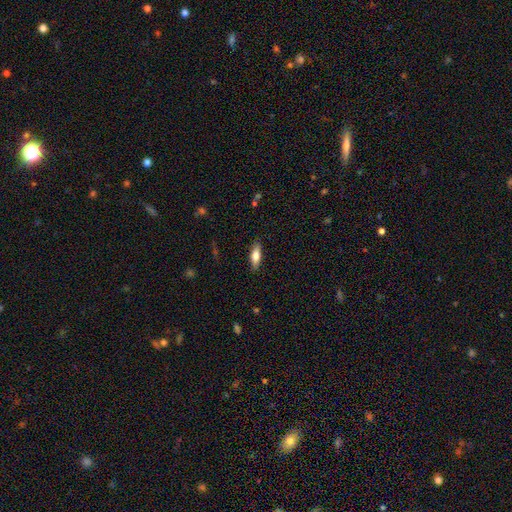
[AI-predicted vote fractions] The model was most divided on "how rounded": in between: 54%, cigar-shaped: 44%, round: 2%. More confident: merging — none (87%); smooth or featured — smooth (69%).